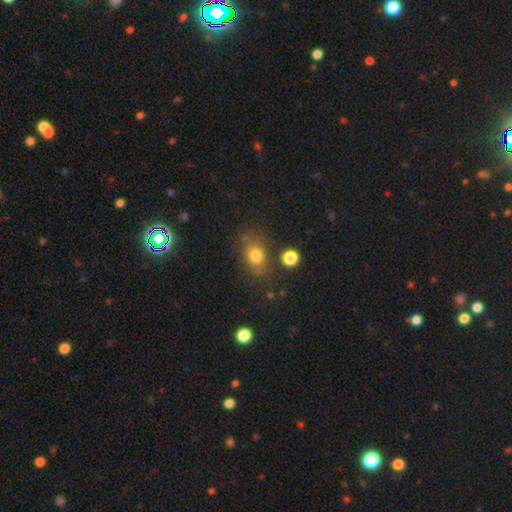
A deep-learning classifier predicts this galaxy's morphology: Smooth or featured? Predicted: smooth (p=0.77). How rounded? Predicted: in between (p=0.62). Merging? Predicted: none (p=0.68).